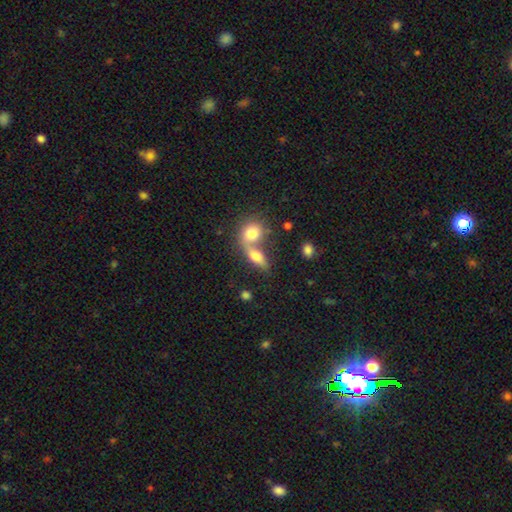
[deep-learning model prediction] Smooth or featured? smooth (69%)
How rounded? in between (67%)
Merging? merger (61%)